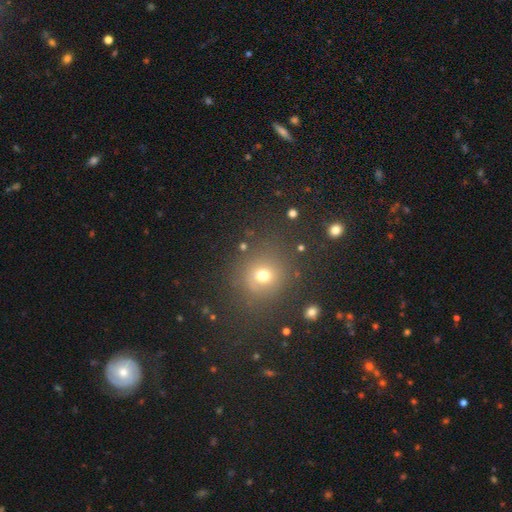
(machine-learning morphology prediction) The model was most divided on "smooth or featured": smooth: 55%, star or artifact: 36%, featured or disk: 10%. More confident: merging — none (85%); how rounded — round (82%).